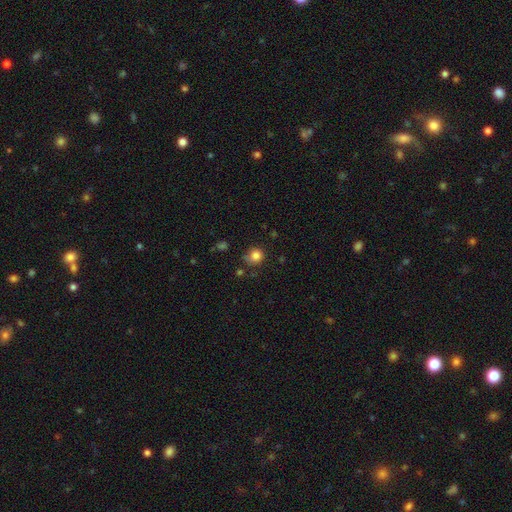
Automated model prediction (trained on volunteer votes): Q: Smooth or featured?
A: smooth (83%); runner-up: star or artifact (12%)
Q: How rounded?
A: round (87%); runner-up: in between (12%)
Q: Merging?
A: none (69%); runner-up: minor disturbance (21%)